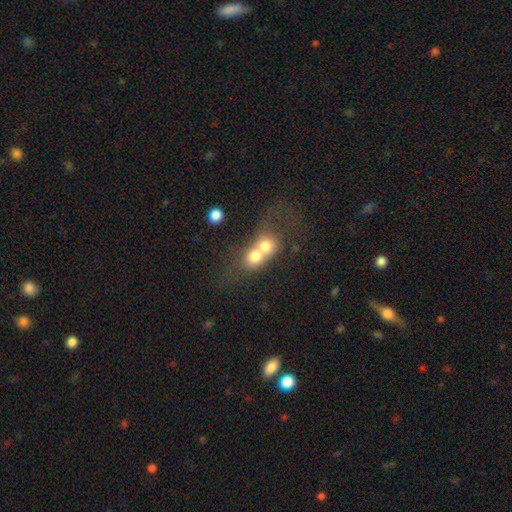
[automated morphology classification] Overall: smooth (67%). How rounded: round (65%; in between 33%). Merging: merger (77%).